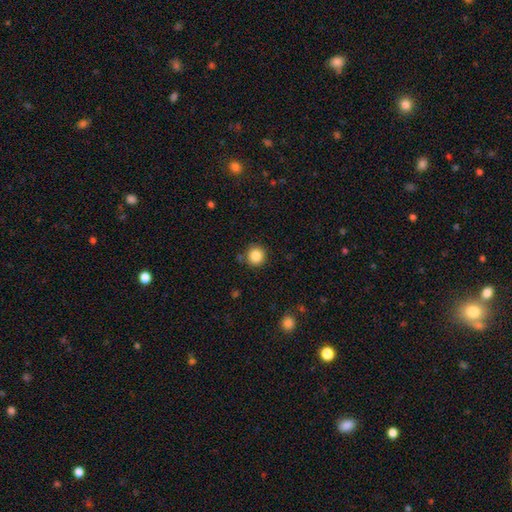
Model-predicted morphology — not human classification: A smooth galaxy with no disk features (85%) that is round (93%). Merging: none (84%).